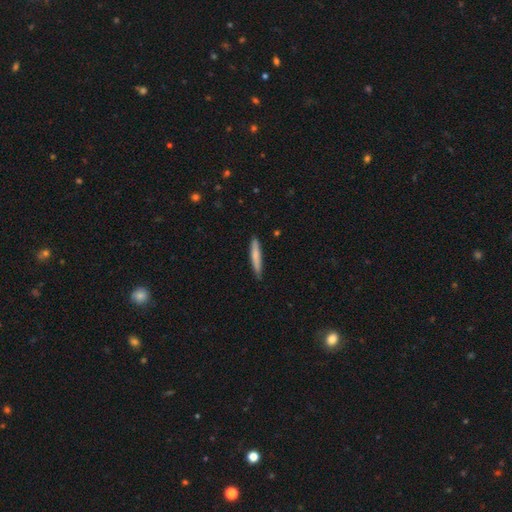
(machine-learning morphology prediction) Smooth or featured?
  - smooth: 76% *
  - featured or disk: 19%
  - star or artifact: 6%
How rounded?
  - cigar-shaped: 94% *
  - in between: 5%
  - round: 1%
Merging?
  - none: 83% *
  - minor disturbance: 13%
  - major disturbance: 2%
  - merger: 1%